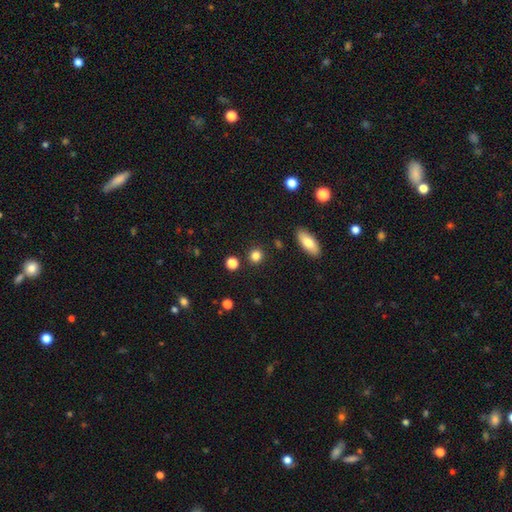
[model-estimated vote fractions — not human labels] Overall: smooth (83%). How rounded: round (87%). Merging: none (88%).